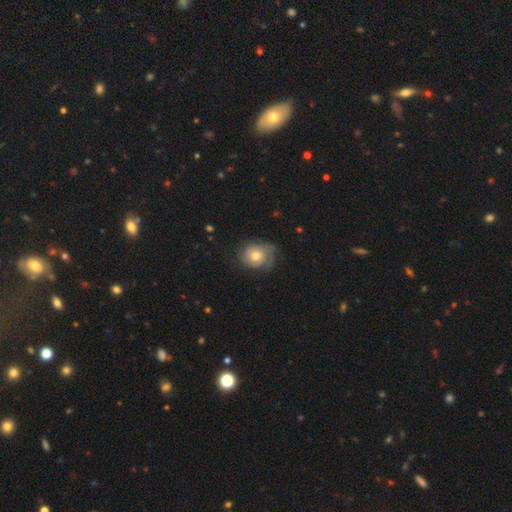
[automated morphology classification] Q: Smooth or featured?
A: featured or disk (53%); runner-up: smooth (40%)
Q: Edge-on disk?
A: no (97%); runner-up: yes (3%)
Q: Bar?
A: no (84%); runner-up: weak (14%)
Q: Spiral arms?
A: yes (81%); runner-up: no (19%)
Q: Bulge size?
A: moderate (71%); runner-up: large (13%)
Q: Merging?
A: none (60%); runner-up: minor disturbance (26%)